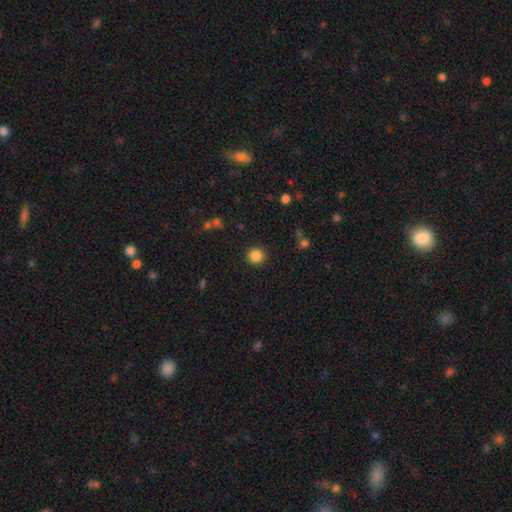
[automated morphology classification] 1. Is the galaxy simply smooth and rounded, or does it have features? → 86% smooth, 10% star or artifact, 3% featured or disk.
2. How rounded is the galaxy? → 91% round, 8% in between, 1% cigar-shaped.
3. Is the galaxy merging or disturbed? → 90% none, 6% minor disturbance, 2% major disturbance, 2% merger.